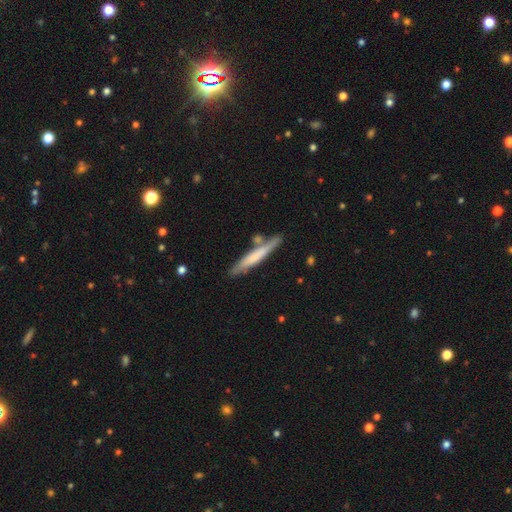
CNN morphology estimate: This appears to be a smooth galaxy with no disk features (58%) that is cigar-shaped (94%). Merging: none (75%).